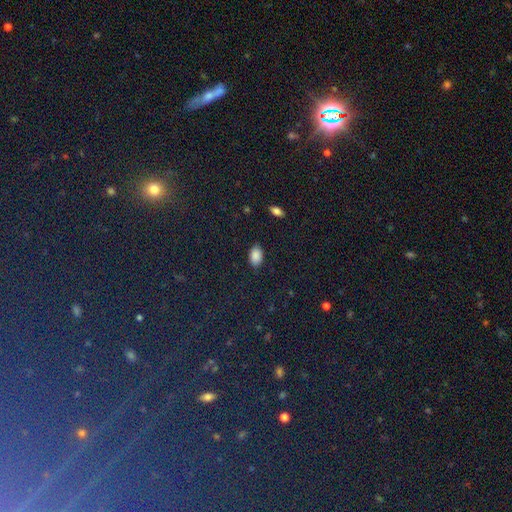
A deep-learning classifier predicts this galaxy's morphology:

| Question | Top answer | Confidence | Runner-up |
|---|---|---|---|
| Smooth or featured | smooth | 87% | star or artifact (9%) |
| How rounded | in between | 91% | round (7%) |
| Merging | none | 88% | minor disturbance (9%) |